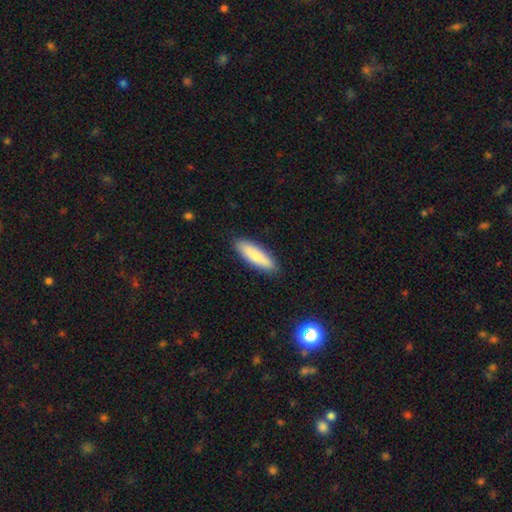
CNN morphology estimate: type=smooth (81%); roundness=cigar-shaped (57%); merging=none (89%).